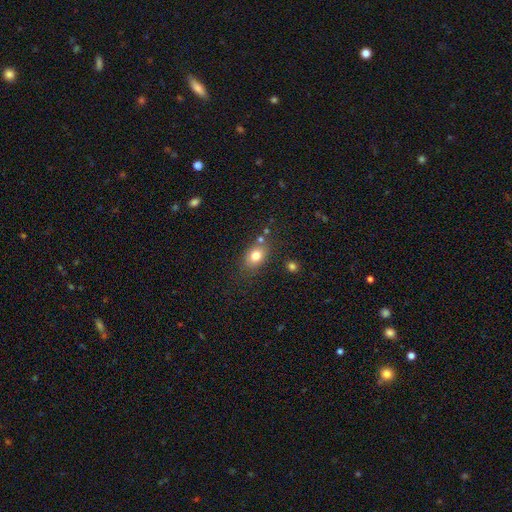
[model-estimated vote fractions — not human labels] A smooth galaxy with no disk features (78%) that is in between round and cigar-shaped (66%).

Vote fractions:
- Smooth or featured? smooth: 78% / featured or disk: 12% / star or artifact: 11%
- How rounded? in between: 66% / round: 32% / cigar-shaped: 2%
- Merging? none: 72% / minor disturbance: 16% / merger: 8% / major disturbance: 5%